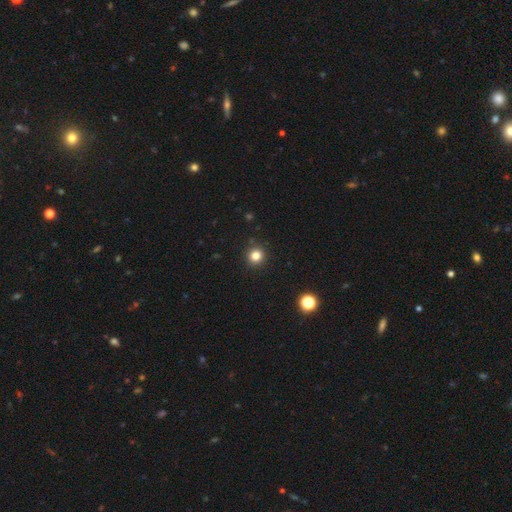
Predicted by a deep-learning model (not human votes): Smooth or featured: smooth — 81% (star or artifact — 14%)
How rounded: round — 93% (in between — 6%)
Merging: none — 91% (minor disturbance — 5%)